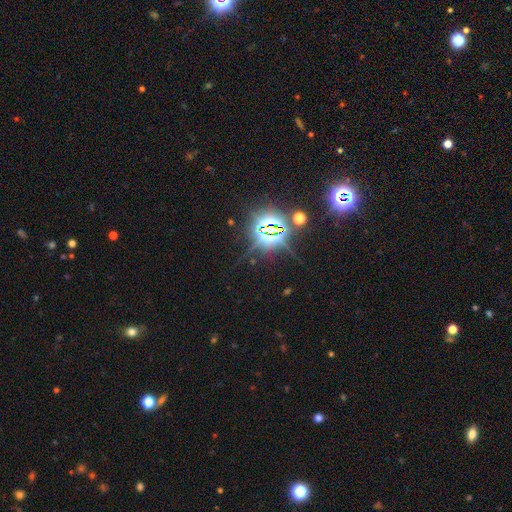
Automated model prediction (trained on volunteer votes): A star or artifact, not a galaxy (83%).

Vote fractions:
- Smooth or featured? star or artifact: 83% / smooth: 10% / featured or disk: 7%